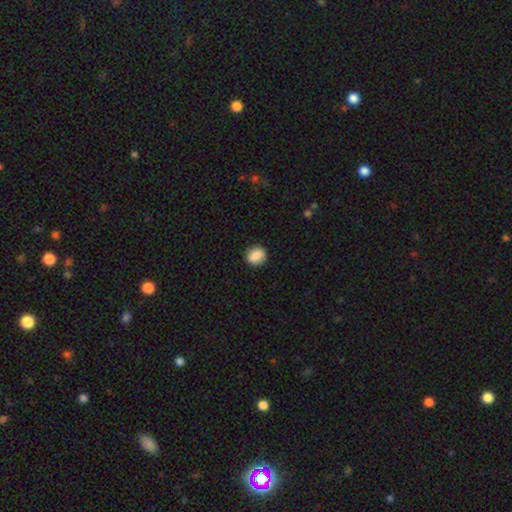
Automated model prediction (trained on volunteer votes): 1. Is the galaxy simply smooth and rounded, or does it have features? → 85% smooth, 8% star or artifact, 7% featured or disk.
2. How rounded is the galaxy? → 59% round, 40% in between, 2% cigar-shaped.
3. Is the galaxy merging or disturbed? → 85% none, 11% minor disturbance, 3% major disturbance, 1% merger.